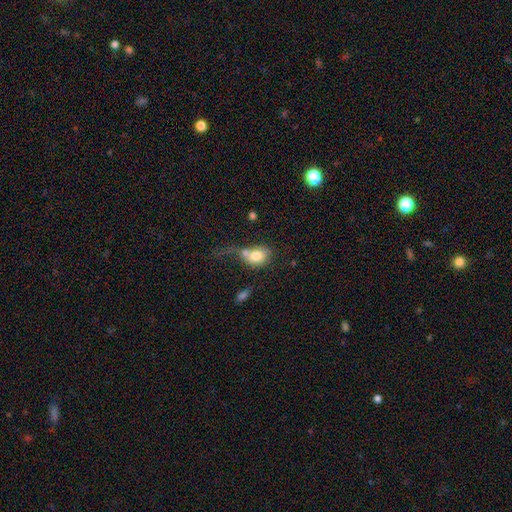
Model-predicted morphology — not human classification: Smooth or featured? smooth (75%)
How rounded? in between (60%)
Merging? merger (39%)